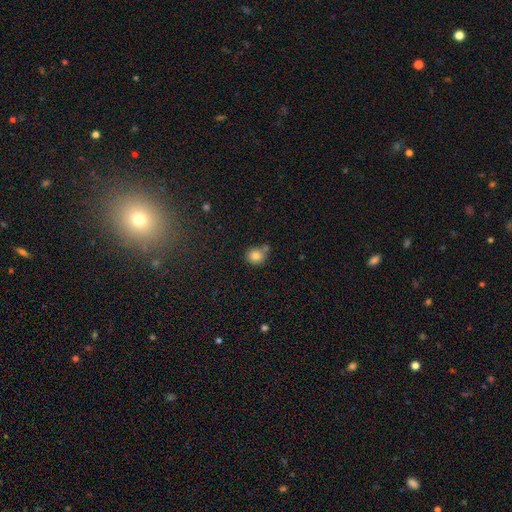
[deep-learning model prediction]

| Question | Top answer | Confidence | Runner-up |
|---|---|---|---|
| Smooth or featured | smooth | 82% | star or artifact (10%) |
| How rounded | round | 83% | in between (16%) |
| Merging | none | 57% | merger (22%) |